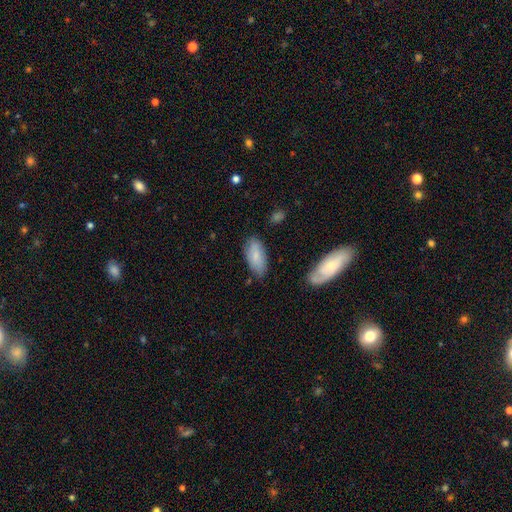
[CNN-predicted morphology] This is likely a smooth galaxy (75%). How rounded: clearly in between (89%). Merging: likely none (71%).